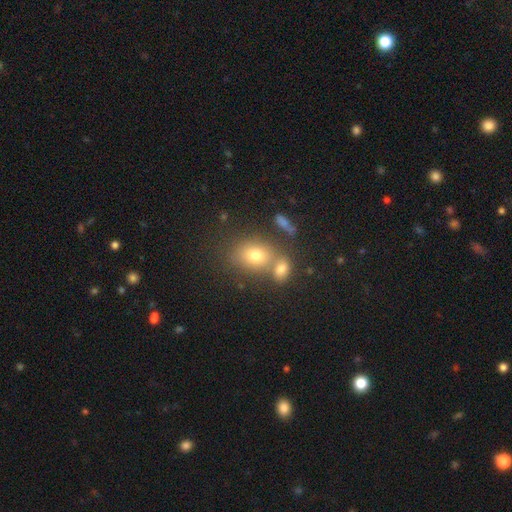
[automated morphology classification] Overall: smooth (73%). How rounded: in between (57%; round 42%). Merging: none (52%; merger 33%).